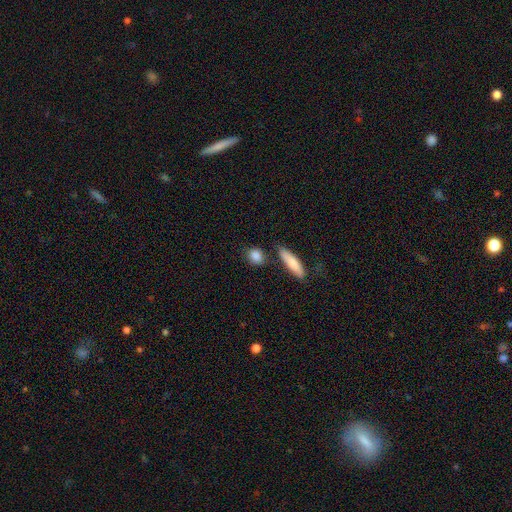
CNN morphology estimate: This appears to be a smooth galaxy with no disk features (87%) that is round (57%). Merging: none (75%).